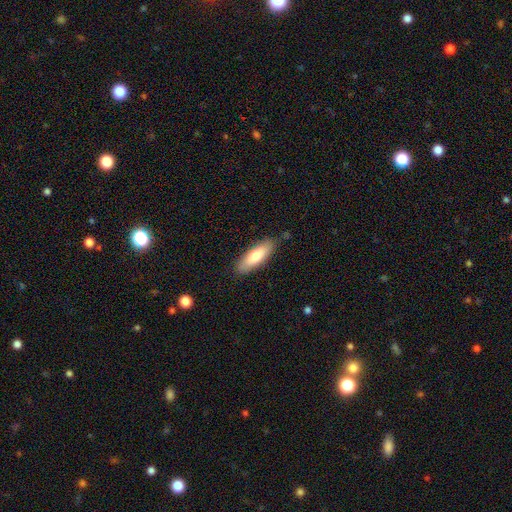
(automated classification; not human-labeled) This appears to be a smooth galaxy with no disk features (75%) that is in between round and cigar-shaped (51%). Merging: none (85%).